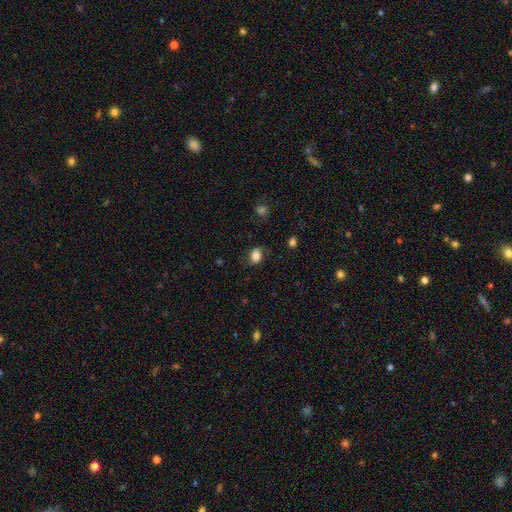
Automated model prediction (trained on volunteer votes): smooth-or-featured: smooth: 70% | featured or disk: 20% | star or artifact: 10%
  how-rounded: in between: 66% | round: 33% | cigar-shaped: 1%
  merging: none: 67% | minor disturbance: 22% | major disturbance: 10% | merger: 1%